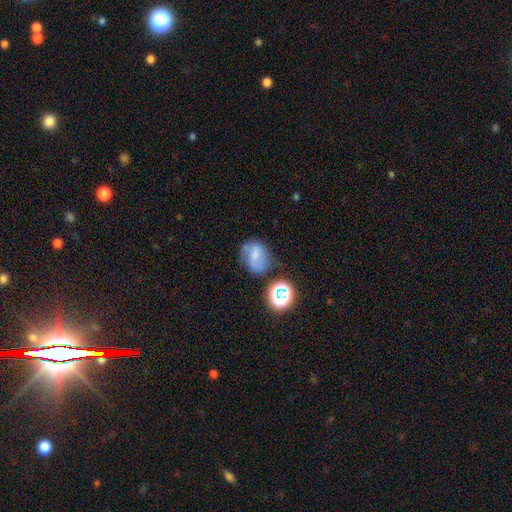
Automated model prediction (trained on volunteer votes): Q: Smooth or featured?
A: smooth (49%); runner-up: featured or disk (35%)
Q: Merging?
A: none (53%); runner-up: minor disturbance (27%)